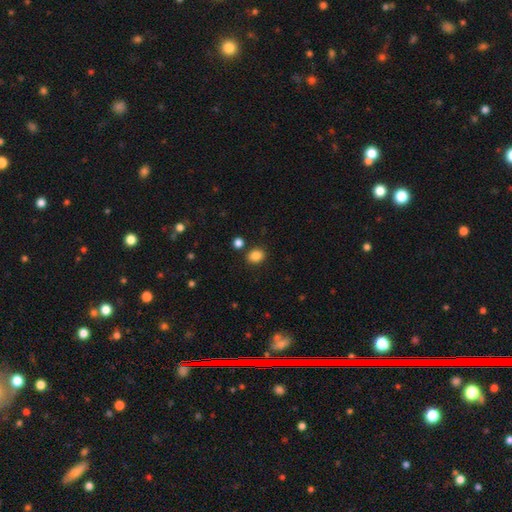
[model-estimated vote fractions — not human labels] This appears to be a smooth galaxy with no disk features (86%) that is round (51%). Merging: none (84%).